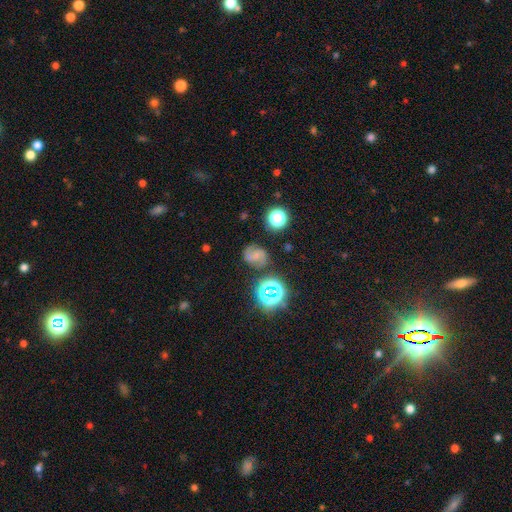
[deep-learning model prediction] Smooth or featured? featured or disk (61%)
Edge-on disk? no (98%)
Bar? no (44%)
Spiral arms? yes (94%)
Spiral winding? medium (52%)
Spiral arm count? 2 (87%)
Bulge size? small (50%)
Merging? none (72%)